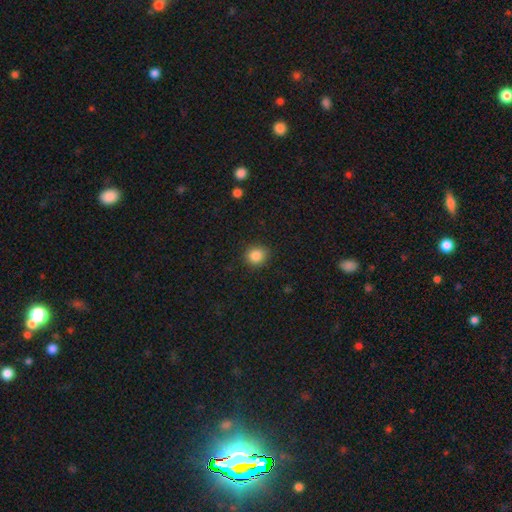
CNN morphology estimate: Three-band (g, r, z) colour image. It shows a smooth galaxy with no disk features (85%) that is round (82%). Merging: none (88%).